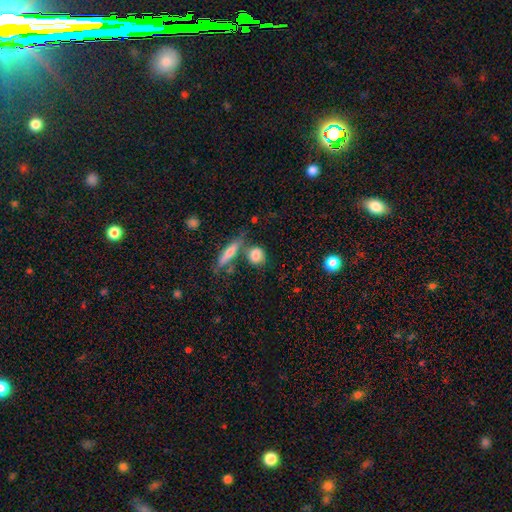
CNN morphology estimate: A smooth galaxy with no disk features (77%) that is round (60%).

Vote fractions:
- Smooth or featured? smooth: 77% / featured or disk: 14% / star or artifact: 8%
- How rounded? round: 60% / in between: 31% / cigar-shaped: 9%
- Merging? none: 61% / merger: 18% / minor disturbance: 15% / major disturbance: 6%